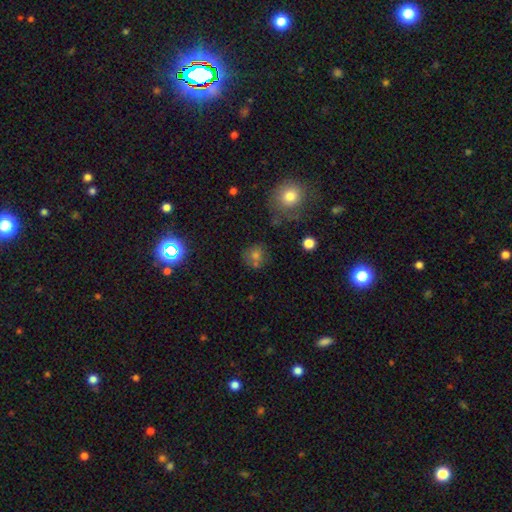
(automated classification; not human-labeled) Q: Smooth or featured?
A: smooth (61%); runner-up: star or artifact (27%)
Q: How rounded?
A: round (89%); runner-up: in between (10%)
Q: Merging?
A: none (72%); runner-up: minor disturbance (12%)